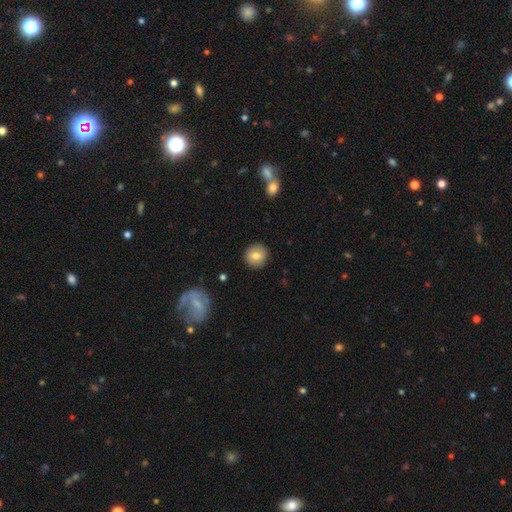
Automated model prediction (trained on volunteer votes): smooth_or_featured: smooth (p=0.79) [alt: featured or disk p=0.13]
how_rounded: round (p=0.92) [alt: in between p=0.07]
merging: none (p=0.91) [alt: minor disturbance p=0.06]